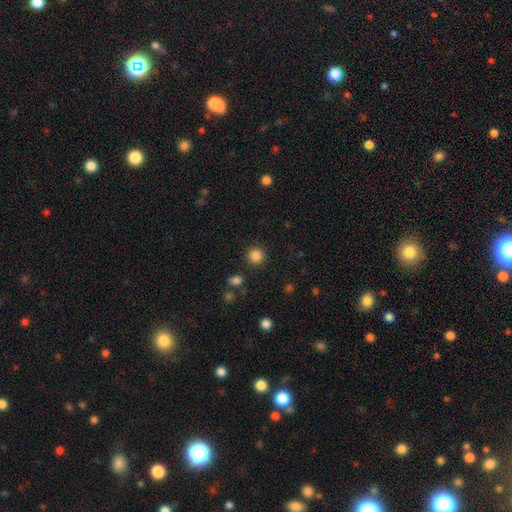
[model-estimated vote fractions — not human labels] Q: Smooth or featured?
A: smooth (85%); runner-up: star or artifact (11%)
Q: How rounded?
A: round (92%); runner-up: in between (7%)
Q: Merging?
A: none (89%); runner-up: minor disturbance (6%)